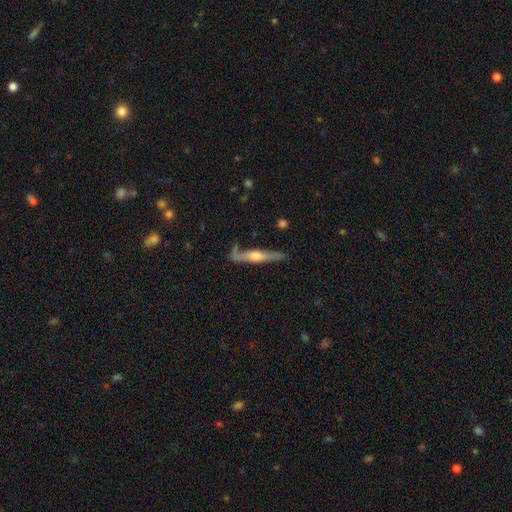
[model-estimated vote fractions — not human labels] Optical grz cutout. It shows a featured or disk galaxy (65%) viewed edge-on (92%) with a rounded central bulge (81%). Merging: none (75%).